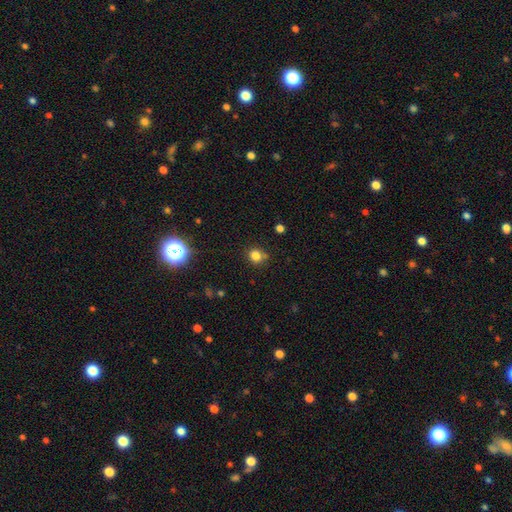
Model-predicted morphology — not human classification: Smooth or featured? smooth (79%)
How rounded? round (80%)
Merging? none (74%)